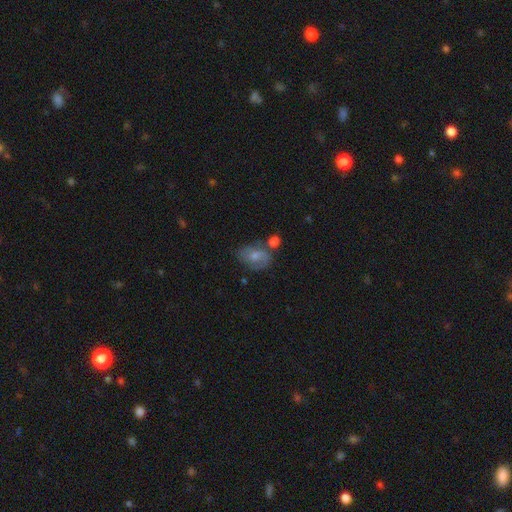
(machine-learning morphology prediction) Smooth or featured? featured or disk (46%)
Merging? none (52%)